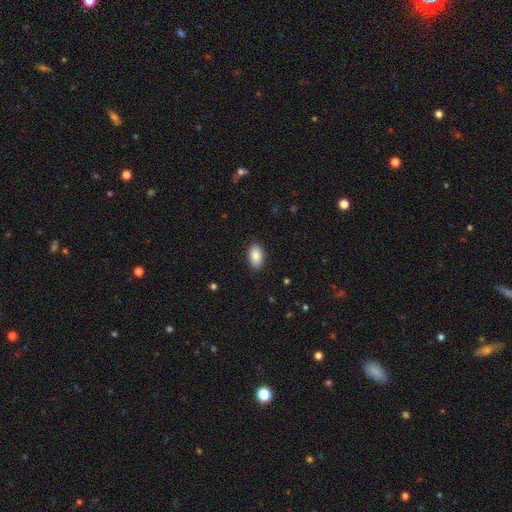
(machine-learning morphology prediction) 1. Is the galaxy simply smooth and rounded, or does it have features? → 86% smooth, 7% star or artifact, 7% featured or disk.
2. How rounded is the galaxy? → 94% in between, 5% round, 2% cigar-shaped.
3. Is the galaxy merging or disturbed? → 89% none, 8% minor disturbance, 2% major disturbance, 1% merger.